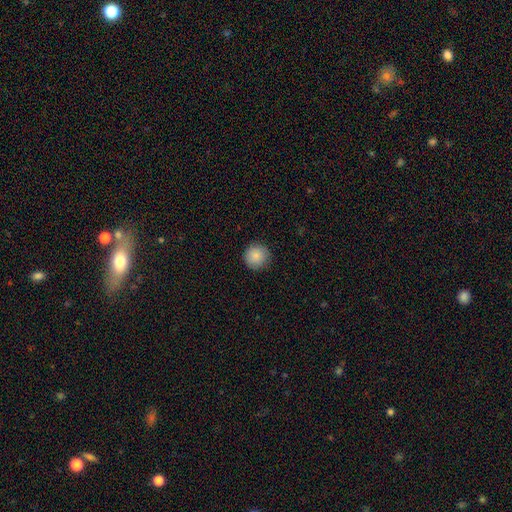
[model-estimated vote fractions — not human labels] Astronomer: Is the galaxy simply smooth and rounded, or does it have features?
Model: smooth — 86%.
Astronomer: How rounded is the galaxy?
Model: round — 95%.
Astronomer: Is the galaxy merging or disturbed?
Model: none — 89%.